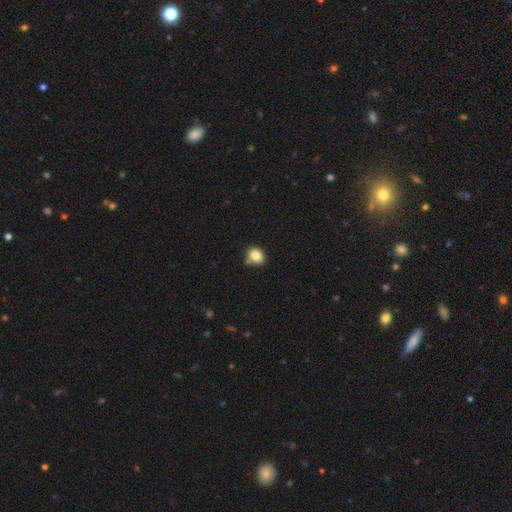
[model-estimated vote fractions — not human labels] Overall: smooth (83%). How rounded: round (53%; in between 46%). Merging: none (72%).